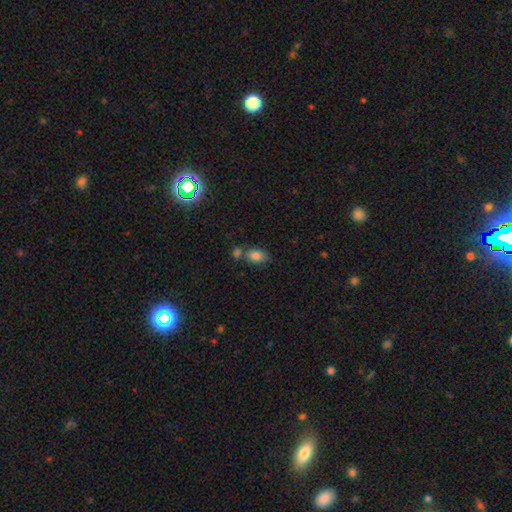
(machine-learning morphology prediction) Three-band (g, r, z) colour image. It shows a smooth galaxy with no disk features (82%) that is in between round and cigar-shaped (83%). Merging: none (54%).